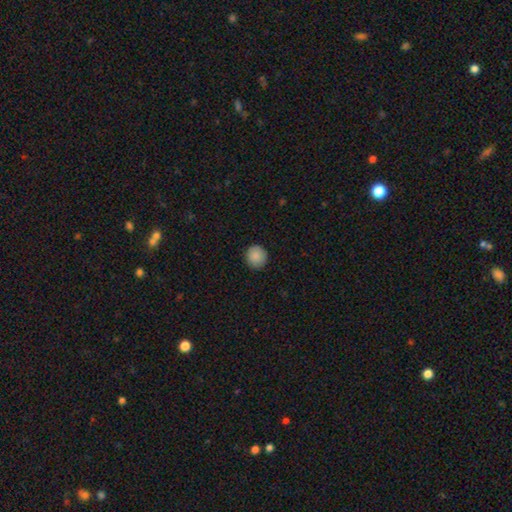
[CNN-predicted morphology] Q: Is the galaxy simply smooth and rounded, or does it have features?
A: smooth — 88%.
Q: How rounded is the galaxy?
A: round — 91%.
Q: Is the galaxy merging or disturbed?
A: none — 90%.